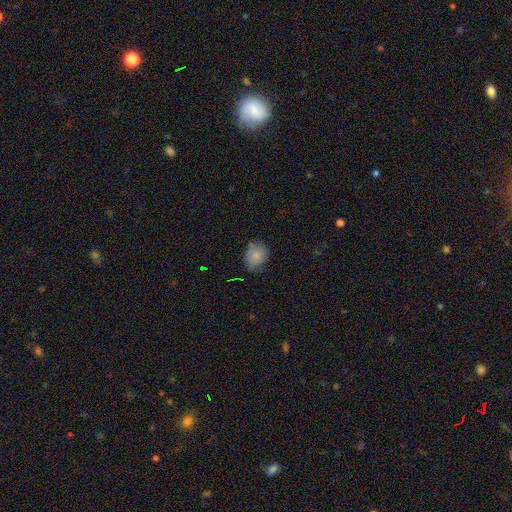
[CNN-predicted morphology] Smooth or featured?
  - smooth: 81% *
  - featured or disk: 10%
  - star or artifact: 9%
How rounded?
  - round: 62% *
  - in between: 37%
  - cigar-shaped: 1%
Merging?
  - none: 68% *
  - minor disturbance: 25%
  - major disturbance: 5%
  - merger: 2%